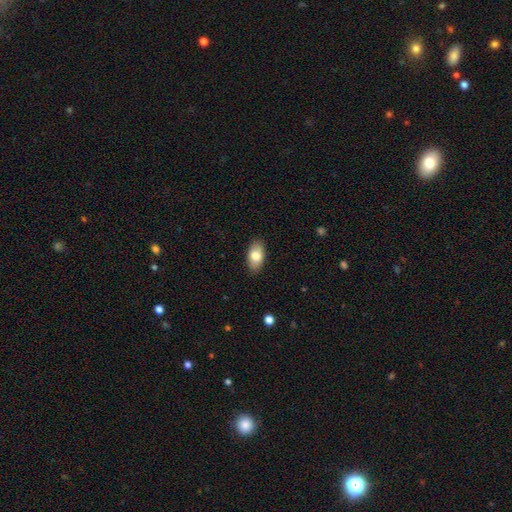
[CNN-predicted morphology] smooth 79%, featured or disk 14%, star or artifact 7%. Down the decision tree: how rounded — in between (92%); merging — none (87%).